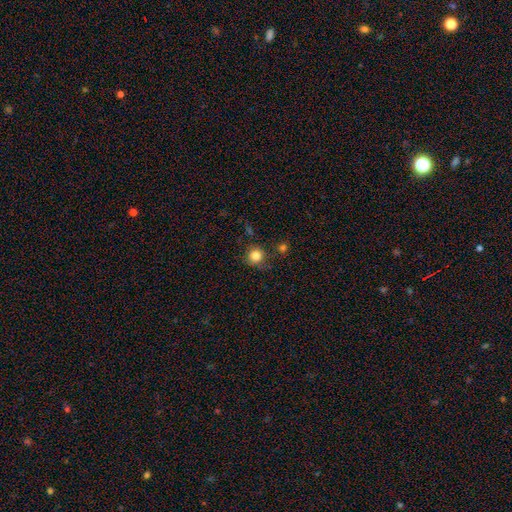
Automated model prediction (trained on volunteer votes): smooth_or_featured: smooth (p=0.83) [alt: star or artifact p=0.11]
how_rounded: round (p=0.93) [alt: in between p=0.06]
merging: none (p=0.79) [alt: minor disturbance p=0.13]